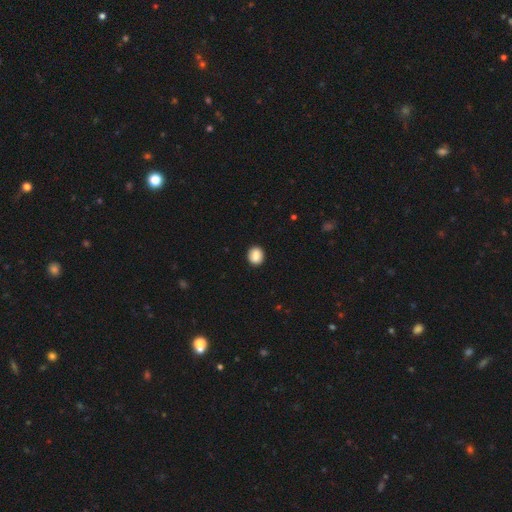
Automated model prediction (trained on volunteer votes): A smooth galaxy with no disk features (82%) that is round (71%). Merging: none (88%).